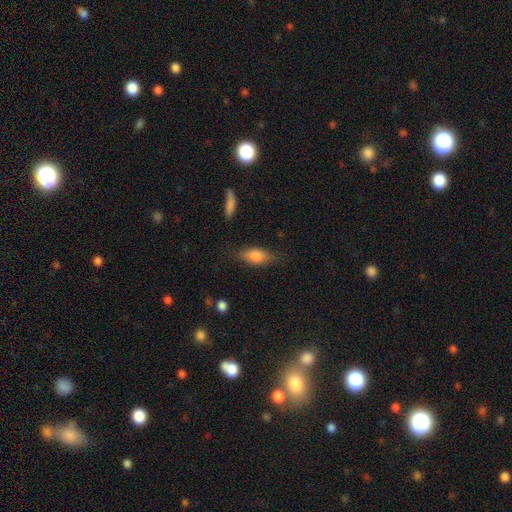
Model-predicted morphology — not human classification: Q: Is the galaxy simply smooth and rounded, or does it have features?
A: smooth — 75%.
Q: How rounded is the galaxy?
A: in between — 80%.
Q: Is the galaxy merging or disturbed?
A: none — 74%.